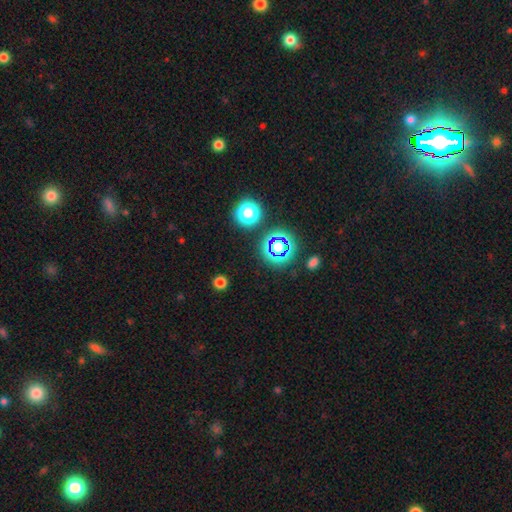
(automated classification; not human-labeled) smooth-or-featured: star or artifact: 67% | smooth: 26% | featured or disk: 7%